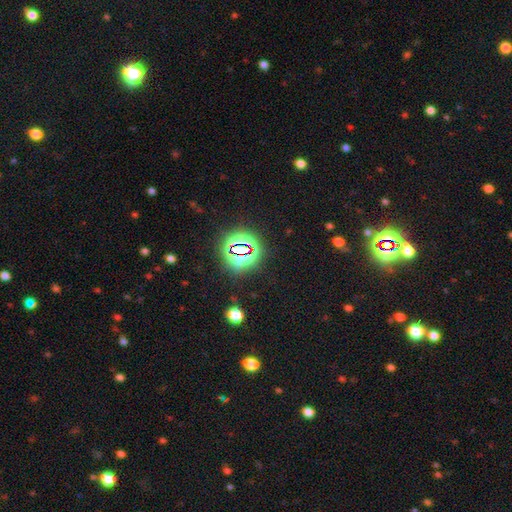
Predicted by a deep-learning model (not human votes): Q: Smooth or featured?
A: star or artifact (82%); runner-up: smooth (11%)